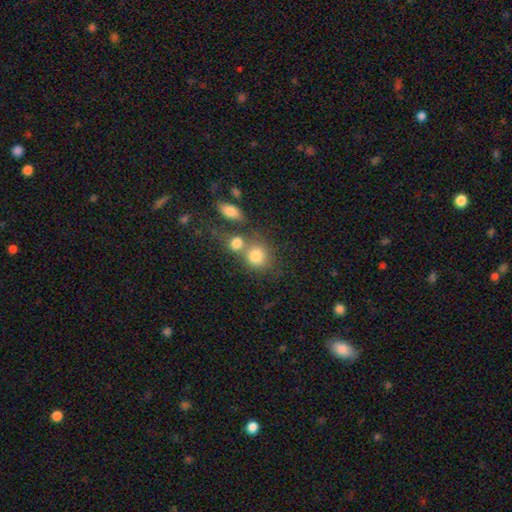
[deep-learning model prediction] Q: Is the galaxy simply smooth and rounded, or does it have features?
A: smooth — 80%.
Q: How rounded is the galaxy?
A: round — 70%.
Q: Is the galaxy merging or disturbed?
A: none — 43%.